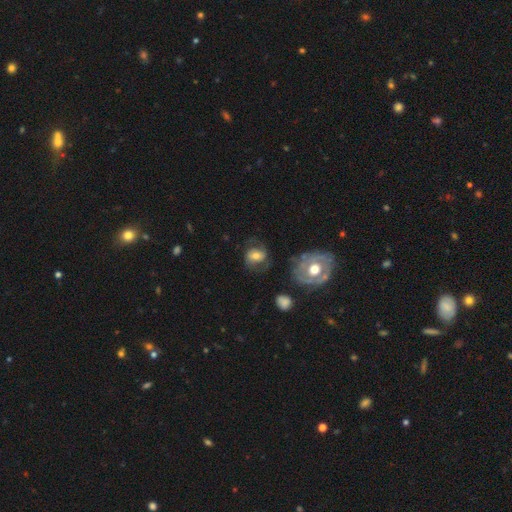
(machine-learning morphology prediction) featured or disk 55%, smooth 36%, star or artifact 8%. Down the decision tree: edge-on disk — no (96%); bar — no (47%); spiral arms — yes (76%); bulge size — moderate (64%); merging — none (61%).